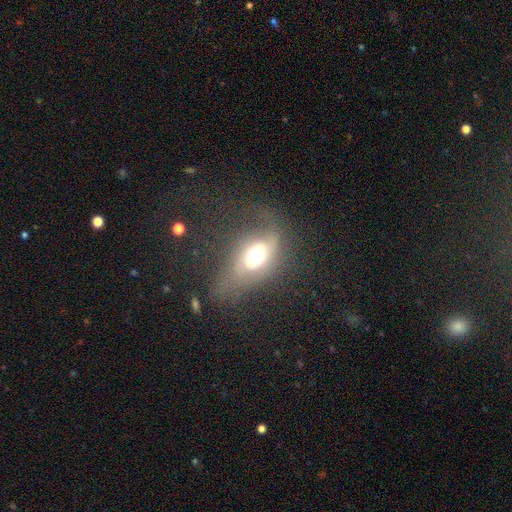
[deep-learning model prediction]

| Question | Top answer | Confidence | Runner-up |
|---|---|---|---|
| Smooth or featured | featured or disk | 47% | smooth (42%) |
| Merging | none | 42% | major disturbance (32%) |